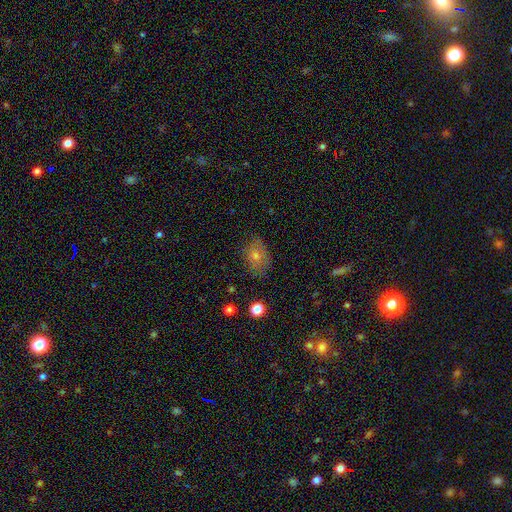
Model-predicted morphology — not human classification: Overall: smooth (65%). How rounded: in between (75%). Merging: none (71%).